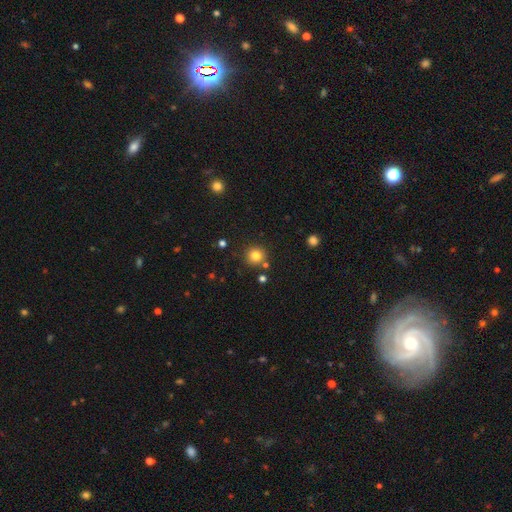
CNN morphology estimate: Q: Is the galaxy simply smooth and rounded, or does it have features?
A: smooth — 81%.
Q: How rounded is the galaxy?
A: round — 93%.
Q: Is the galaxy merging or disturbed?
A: none — 84%.